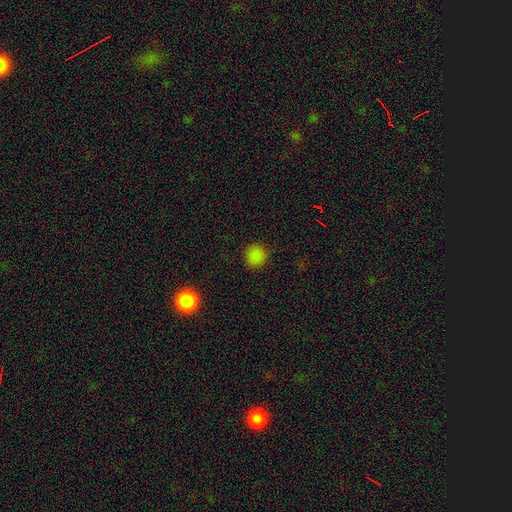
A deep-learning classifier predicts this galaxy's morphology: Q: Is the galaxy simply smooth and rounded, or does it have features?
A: smooth — 82%.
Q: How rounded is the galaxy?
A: round — 90%.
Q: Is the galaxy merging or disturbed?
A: none — 90%.